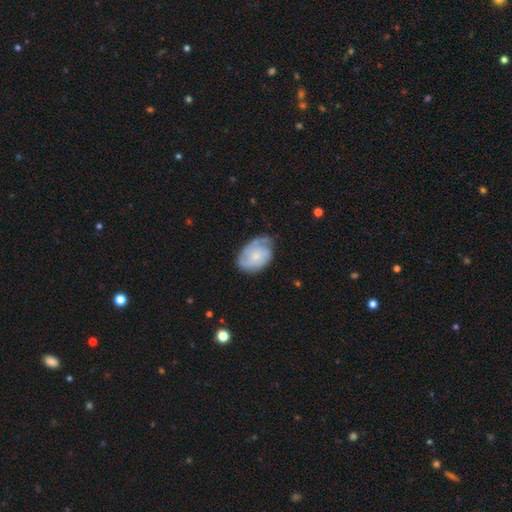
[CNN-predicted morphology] smooth_or_featured: featured or disk (p=0.64) [alt: smooth p=0.30]
disk_edge_on: no (p=0.97) [alt: yes p=0.03]
bar: no (p=0.75) [alt: weak p=0.22]
has_spiral_arms: yes (p=0.89) [alt: no p=0.11]
spiral_winding: tight (p=0.46) [alt: medium p=0.38]
spiral_arm_count: 2 (p=0.35) [alt: can't tell p=0.30]
bulge_size: small (p=0.67) [alt: moderate p=0.23]
merging: none (p=0.56) [alt: minor disturbance p=0.30]